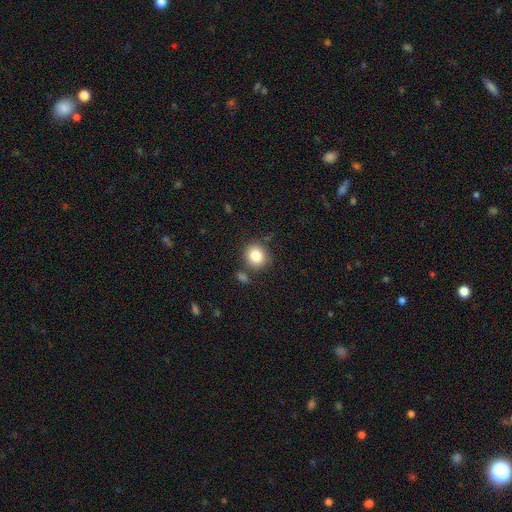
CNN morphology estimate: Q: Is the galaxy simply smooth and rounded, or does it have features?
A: smooth — 83%.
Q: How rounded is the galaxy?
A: round — 82%.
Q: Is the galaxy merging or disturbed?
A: none — 77%.